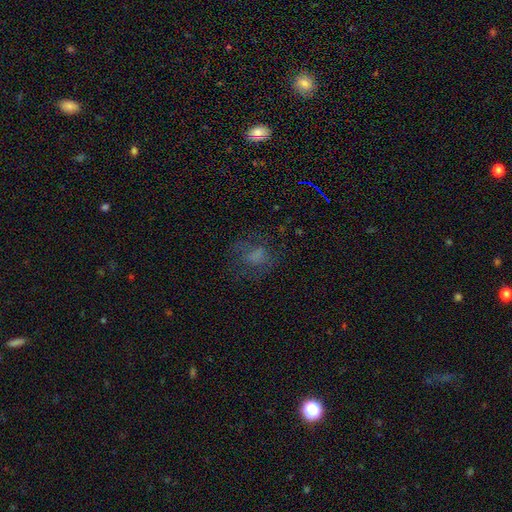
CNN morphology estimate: smooth 51%, featured or disk 27%, star or artifact 22%. Down the decision tree: how rounded — round (53%); merging — none (60%).